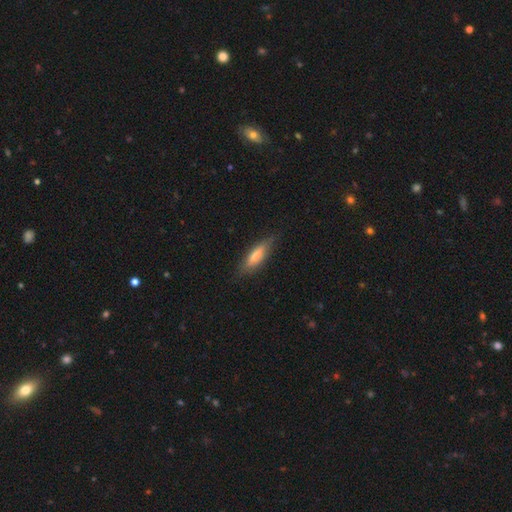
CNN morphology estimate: Smooth or featured: smooth — 68% (featured or disk — 26%)
How rounded: cigar-shaped — 63% (in between — 36%)
Merging: none — 77% (minor disturbance — 18%)